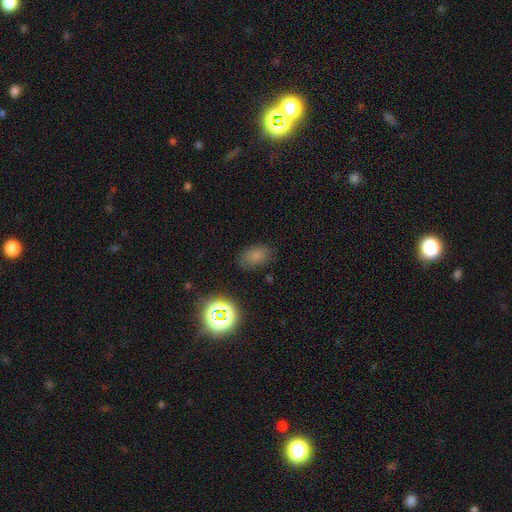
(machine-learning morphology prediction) Smooth or featured? smooth (74%)
How rounded? in between (87%)
Merging? none (80%)